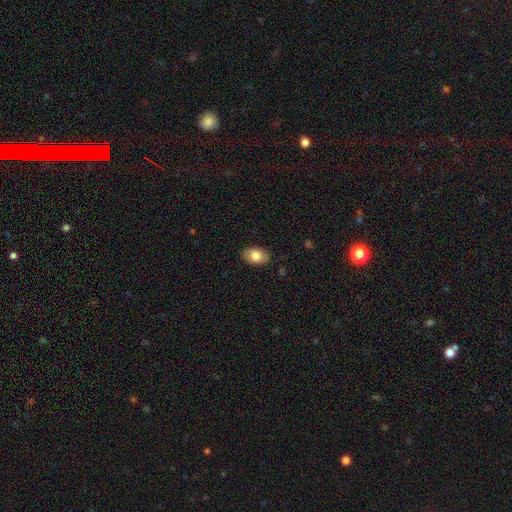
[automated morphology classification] Q: Smooth or featured?
A: smooth (81%); runner-up: featured or disk (12%)
Q: How rounded?
A: in between (86%); runner-up: round (13%)
Q: Merging?
A: none (86%); runner-up: minor disturbance (11%)